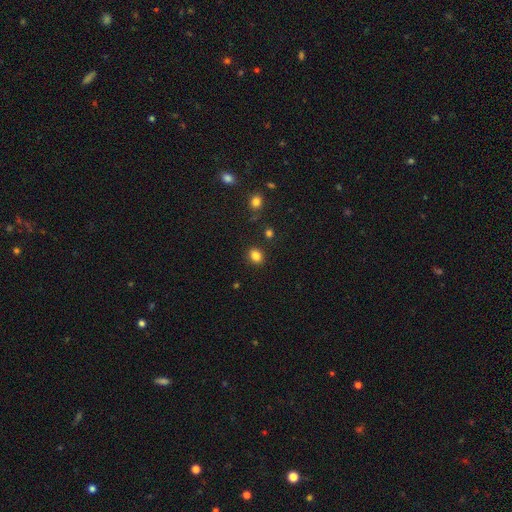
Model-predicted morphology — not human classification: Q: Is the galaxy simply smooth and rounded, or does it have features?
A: smooth — 85%.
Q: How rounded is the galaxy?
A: in between — 52%.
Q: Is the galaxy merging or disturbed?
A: none — 86%.